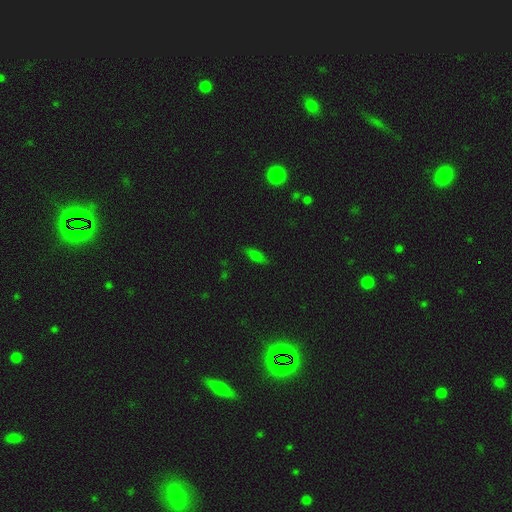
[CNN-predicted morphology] Smooth or featured?
  - smooth: 68% *
  - featured or disk: 16%
  - star or artifact: 16%
How rounded?
  - in between: 61% *
  - cigar-shaped: 35%
  - round: 4%
Merging?
  - none: 83% *
  - minor disturbance: 13%
  - major disturbance: 3%
  - merger: 1%